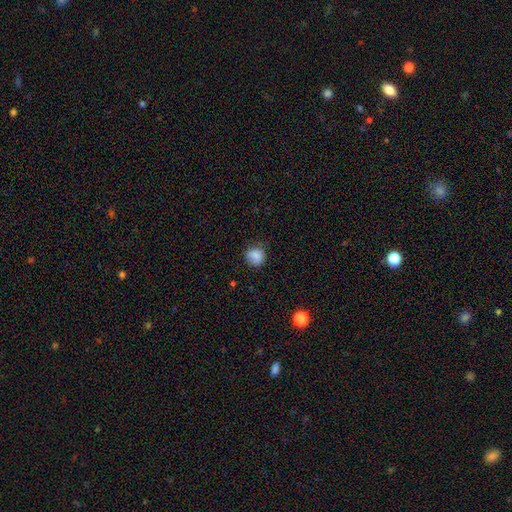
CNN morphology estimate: This appears to be a smooth galaxy with no disk features (83%) that is round (79%). Merging: none (71%).